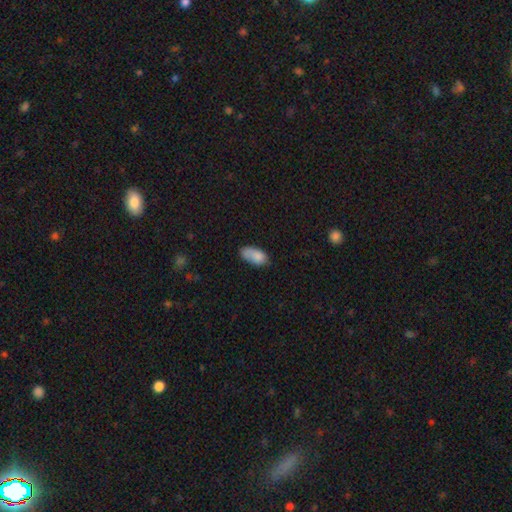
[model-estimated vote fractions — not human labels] Morphology: type=smooth (82%); roundness=in between (91%); merging=none (51%).